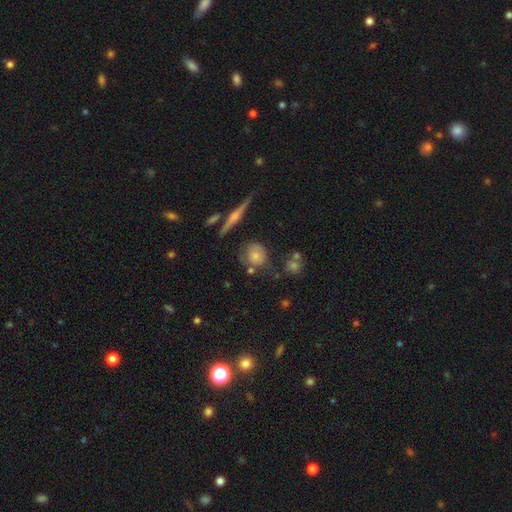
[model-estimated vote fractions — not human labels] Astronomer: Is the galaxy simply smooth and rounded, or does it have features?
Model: smooth — 63%.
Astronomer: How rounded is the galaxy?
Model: round — 76%.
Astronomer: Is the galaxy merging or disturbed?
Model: none — 62%.